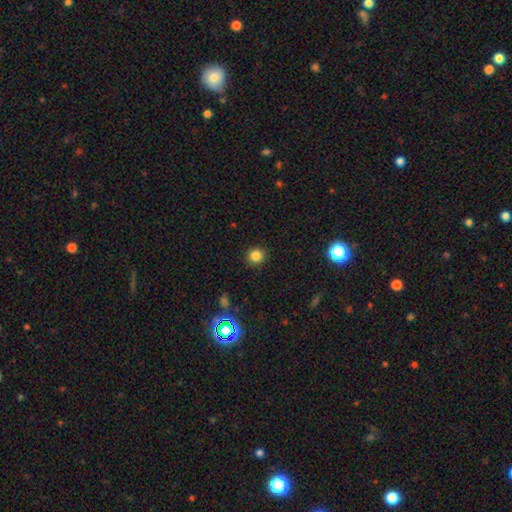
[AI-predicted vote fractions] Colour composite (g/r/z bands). It shows a smooth galaxy with no disk features (81%) that is round (92%). Merging: none (91%).